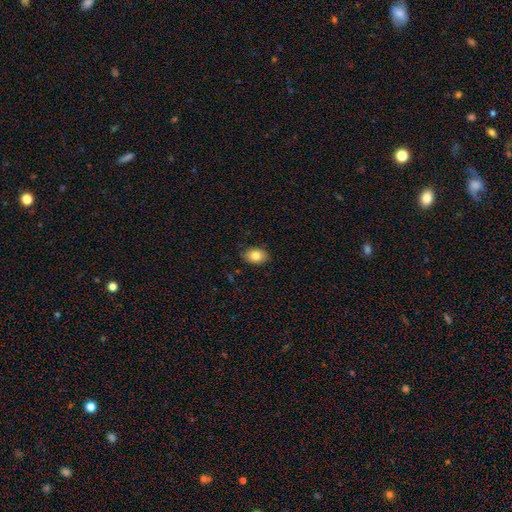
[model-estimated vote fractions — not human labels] smooth 81%, featured or disk 11%, star or artifact 8%. Down the decision tree: how rounded — in between (78%); merging — none (84%).